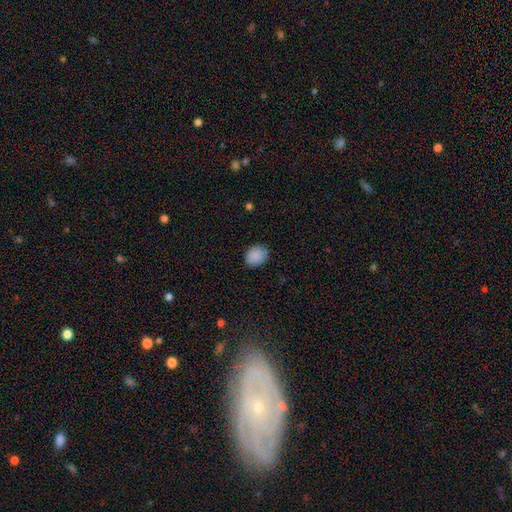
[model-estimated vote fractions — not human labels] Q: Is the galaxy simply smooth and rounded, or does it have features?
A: smooth — 88%.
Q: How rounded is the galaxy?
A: in between — 50%.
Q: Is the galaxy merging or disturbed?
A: none — 83%.